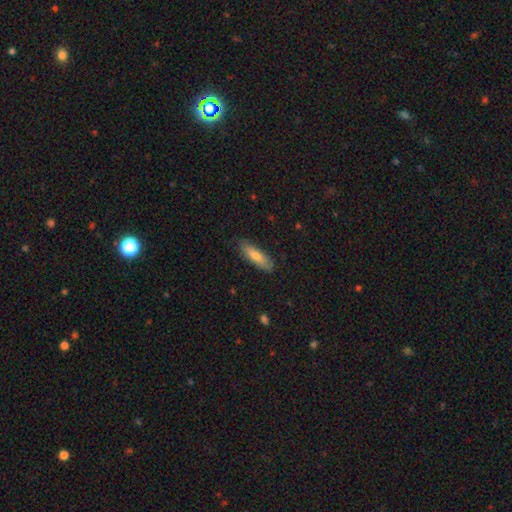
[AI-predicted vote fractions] Smooth or featured? Predicted: smooth (p=0.74). How rounded? Predicted: cigar-shaped (p=0.59). Merging? Predicted: none (p=0.86).